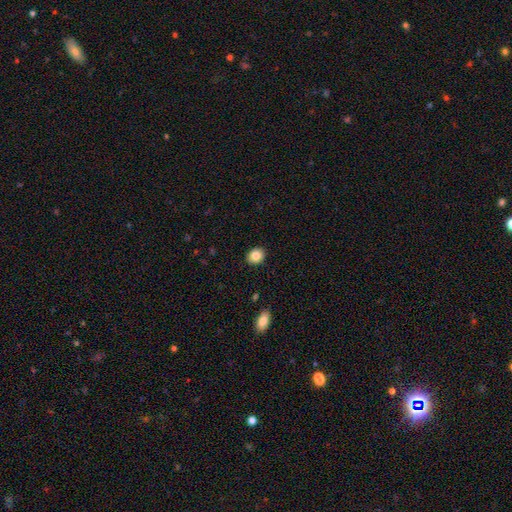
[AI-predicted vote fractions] Smooth or featured: smooth — 85% (star or artifact — 9%)
How rounded: round — 61% (in between — 38%)
Merging: none — 90% (minor disturbance — 7%)